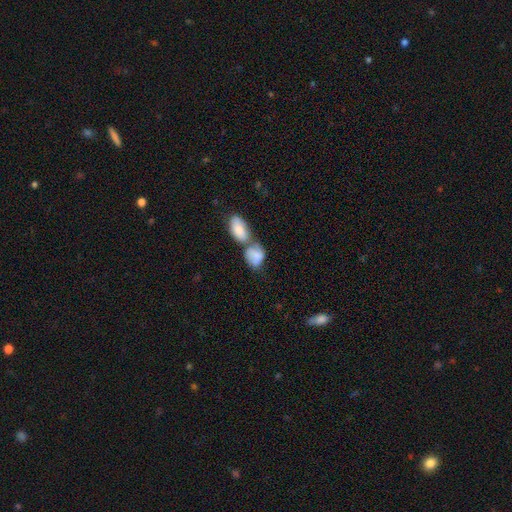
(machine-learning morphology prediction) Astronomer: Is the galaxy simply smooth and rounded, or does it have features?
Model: smooth — 78%.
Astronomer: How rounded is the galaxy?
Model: in between — 80%.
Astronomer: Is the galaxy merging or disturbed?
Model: merger — 66%.